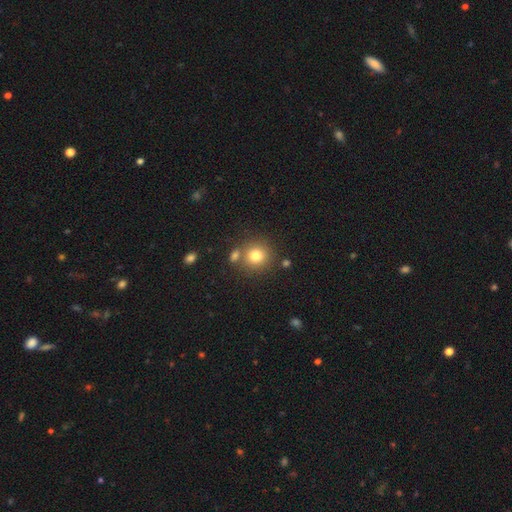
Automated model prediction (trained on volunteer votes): This appears to be a smooth galaxy with no disk features (79%) that is round (89%). Merging: none (73%).